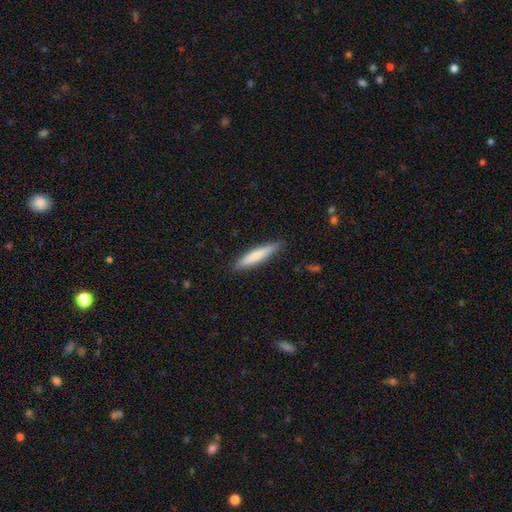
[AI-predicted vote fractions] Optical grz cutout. It shows a smooth galaxy with no disk features (72%) that is cigar-shaped (90%). Merging: none (88%).